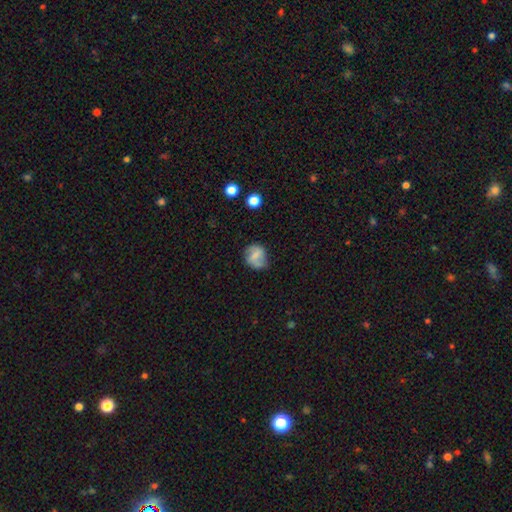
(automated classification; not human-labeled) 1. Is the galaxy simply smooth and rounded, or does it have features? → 46% smooth, 44% featured or disk, 9% star or artifact.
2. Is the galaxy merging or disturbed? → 59% none, 27% minor disturbance, 11% major disturbance, 3% merger.